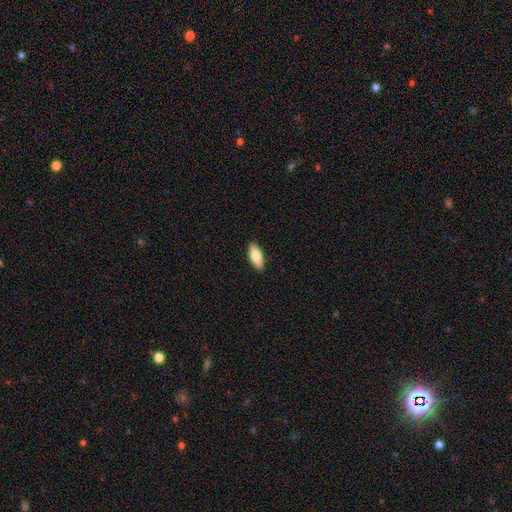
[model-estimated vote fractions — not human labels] Smooth or featured? Predicted: smooth (p=0.75). How rounded? Predicted: in between (p=0.82). Merging? Predicted: none (p=0.91).